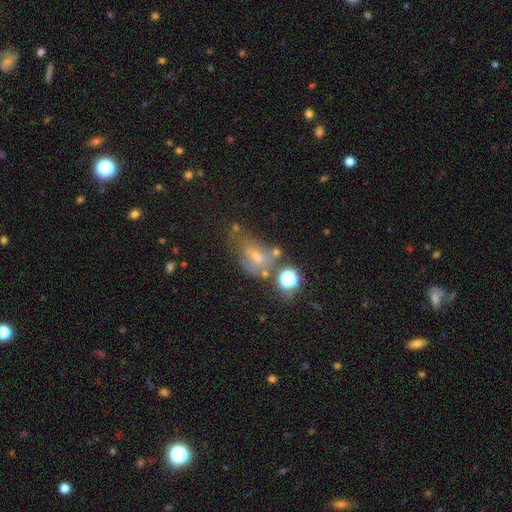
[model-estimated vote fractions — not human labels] Smooth or featured?
  - smooth: 43% *
  - featured or disk: 31%
  - star or artifact: 26%
Merging?
  - none: 34% *
  - major disturbance: 25%
  - minor disturbance: 24%
  - merger: 18%